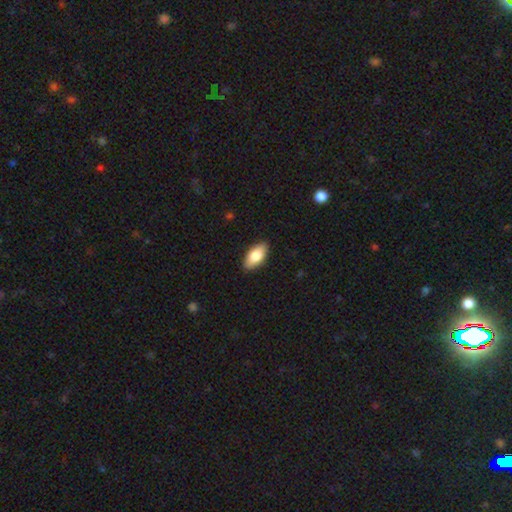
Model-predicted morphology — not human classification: Smooth or featured? Predicted: smooth (p=0.81). How rounded? Predicted: in between (p=0.91). Merging? Predicted: none (p=0.89).